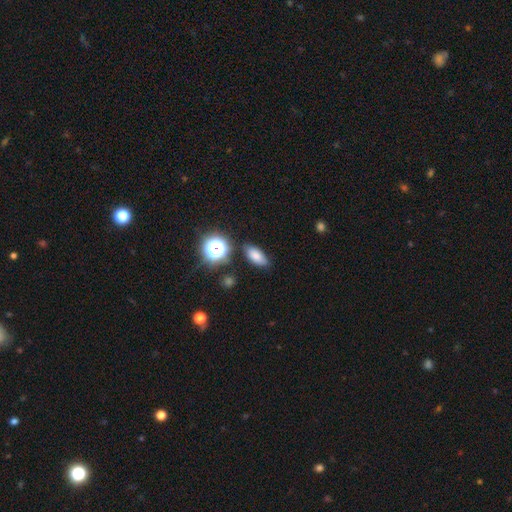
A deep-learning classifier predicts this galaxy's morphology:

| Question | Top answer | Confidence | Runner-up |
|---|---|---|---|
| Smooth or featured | smooth | 77% | star or artifact (15%) |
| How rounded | in between | 83% | round (11%) |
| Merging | none | 80% | minor disturbance (13%) |